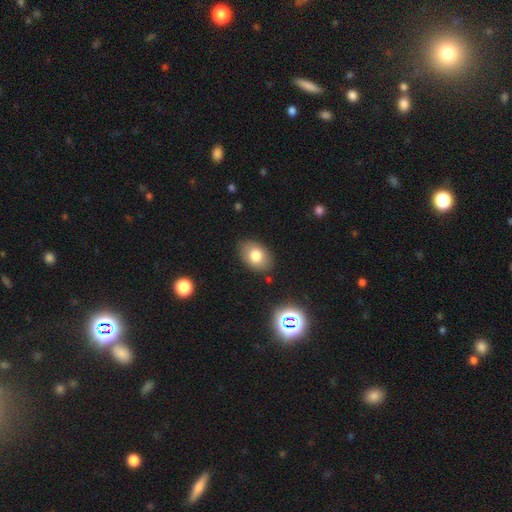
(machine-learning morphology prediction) type=smooth (77%); roundness=in between (80%); merging=none (83%).